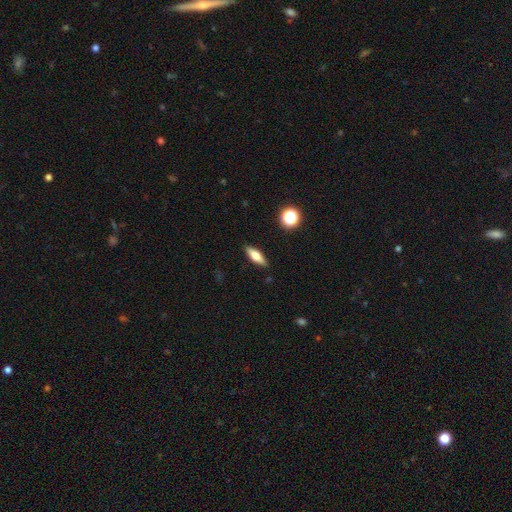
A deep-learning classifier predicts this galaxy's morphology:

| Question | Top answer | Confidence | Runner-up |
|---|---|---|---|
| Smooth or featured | smooth | 60% | featured or disk (31%) |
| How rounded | in between | 56% | cigar-shaped (40%) |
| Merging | none | 88% | minor disturbance (9%) |